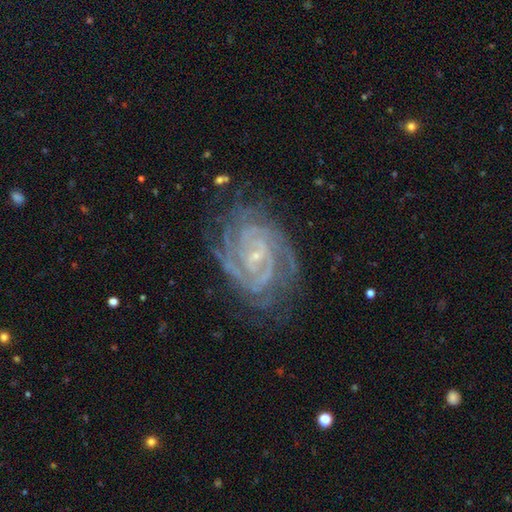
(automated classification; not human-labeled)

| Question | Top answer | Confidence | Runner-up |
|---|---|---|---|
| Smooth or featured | featured or disk | 90% | star or artifact (6%) |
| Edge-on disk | no | 97% | yes (3%) |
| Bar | weak | 42% | no (39%) |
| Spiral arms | yes | 98% | no (2%) |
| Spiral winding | tight | 75% | medium (22%) |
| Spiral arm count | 2 | 36% | 3 (19%) |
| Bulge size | small | 81% | moderate (12%) |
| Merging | none | 76% | minor disturbance (17%) |